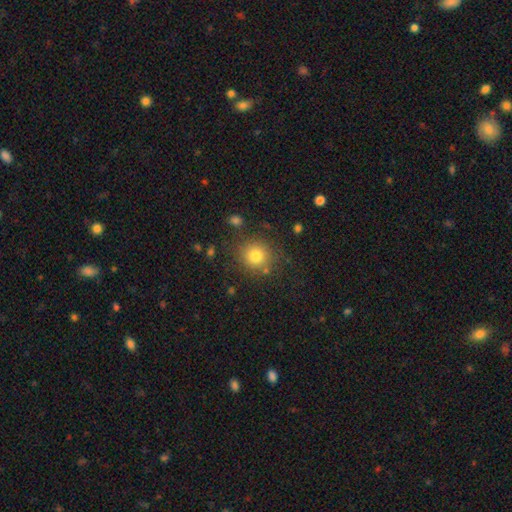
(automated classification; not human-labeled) A smooth galaxy with no disk features (79%) that is round (89%).

Vote fractions:
- Smooth or featured? smooth: 79% / star or artifact: 13% / featured or disk: 8%
- How rounded? round: 89% / in between: 10% / cigar-shaped: 1%
- Merging? none: 83% / minor disturbance: 10% / merger: 4% / major disturbance: 4%